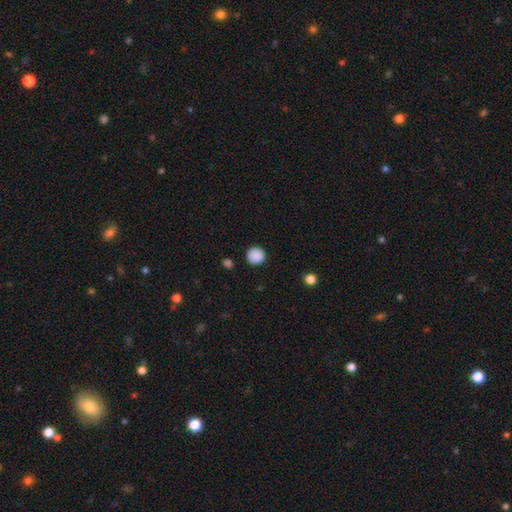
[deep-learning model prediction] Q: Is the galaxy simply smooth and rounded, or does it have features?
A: smooth — 89%.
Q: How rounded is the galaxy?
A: round — 94%.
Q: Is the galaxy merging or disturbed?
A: none — 90%.